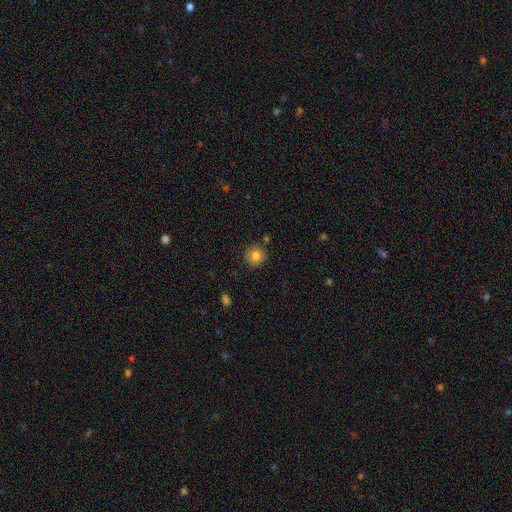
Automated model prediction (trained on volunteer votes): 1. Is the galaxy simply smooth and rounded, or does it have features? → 82% smooth, 10% star or artifact, 9% featured or disk.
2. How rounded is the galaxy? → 93% round, 6% in between, 1% cigar-shaped.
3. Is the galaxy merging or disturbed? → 86% none, 9% minor disturbance, 3% merger, 2% major disturbance.